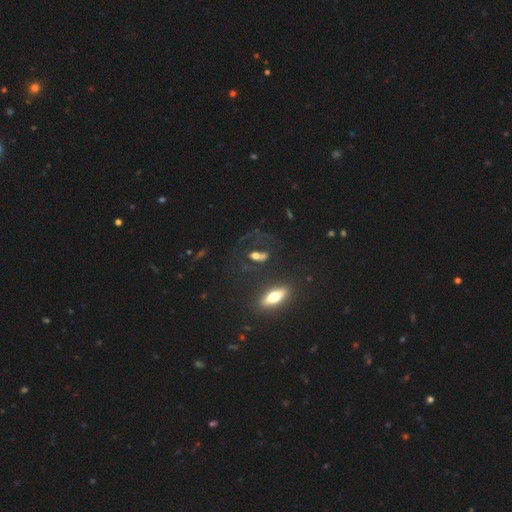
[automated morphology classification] Smooth or featured: smooth — 41% (featured or disk — 39%)
Merging: none — 59% (major disturbance — 17%)